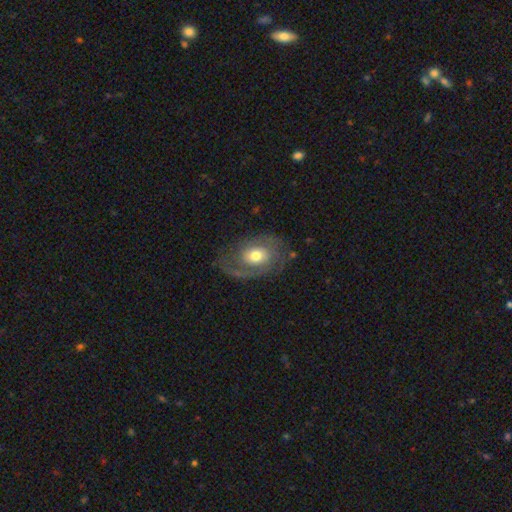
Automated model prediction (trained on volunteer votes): Morphology: type=featured or disk (74%); edge-on=no (96%); bar=no (74%); spiral arms=yes (86%); winding=tight (41%); arm count=2 (62%); bulge=moderate (69%); merging=none (70%).